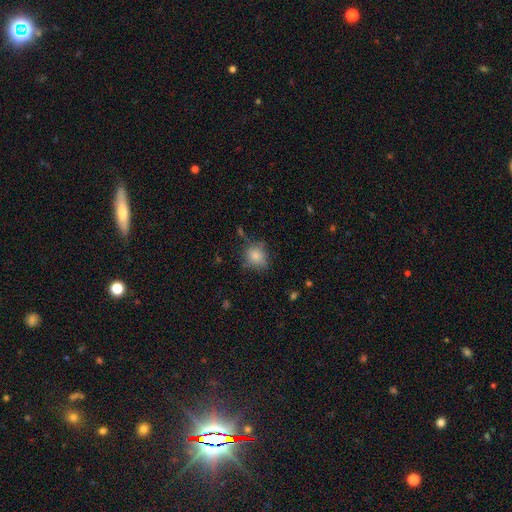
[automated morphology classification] Q: Smooth or featured?
A: smooth (80%); runner-up: star or artifact (11%)
Q: How rounded?
A: round (69%); runner-up: in between (29%)
Q: Merging?
A: none (67%); runner-up: minor disturbance (23%)